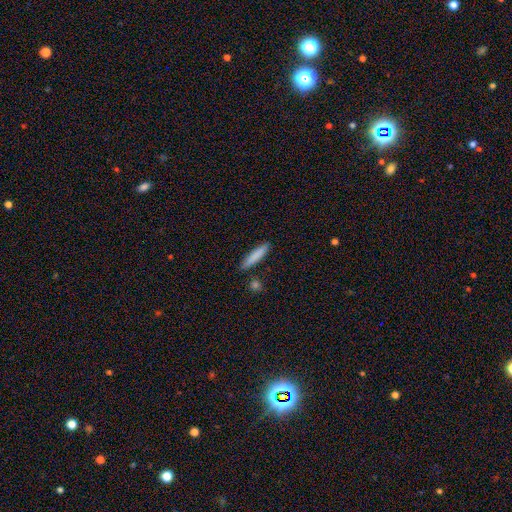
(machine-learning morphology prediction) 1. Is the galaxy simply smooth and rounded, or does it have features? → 83% smooth, 11% featured or disk, 6% star or artifact.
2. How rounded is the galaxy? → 87% cigar-shaped, 12% in between, 1% round.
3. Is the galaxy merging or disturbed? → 86% none, 9% minor disturbance, 3% merger, 2% major disturbance.